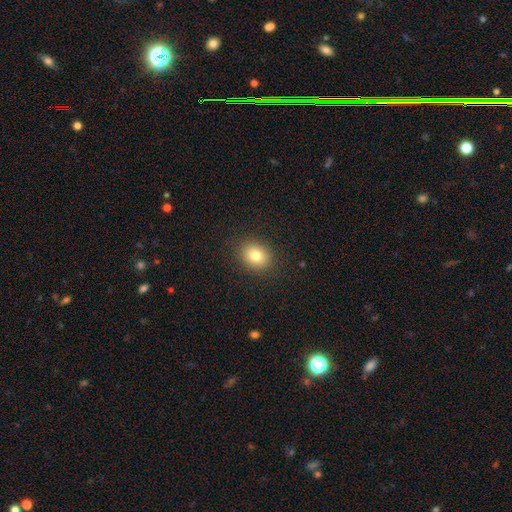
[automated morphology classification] This is clearly a smooth galaxy (81%). How rounded: possibly round (57%). Merging: clearly none (89%).